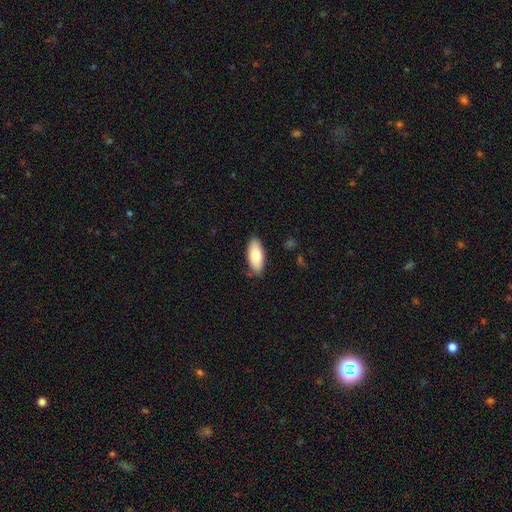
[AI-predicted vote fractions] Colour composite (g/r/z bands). It shows a smooth galaxy with no disk features (81%) that is in between round and cigar-shaped (84%). Merging: none (84%).